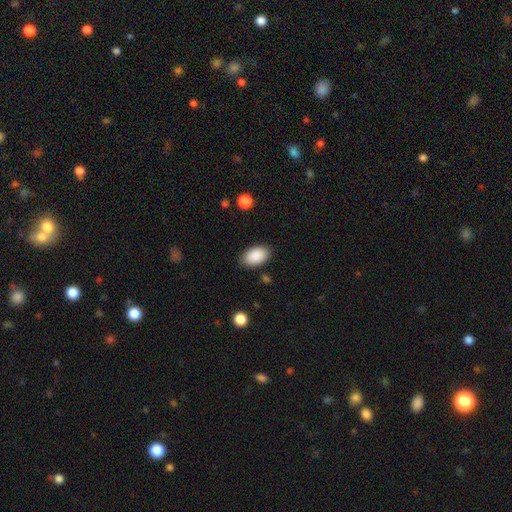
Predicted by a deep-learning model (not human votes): smooth-or-featured: smooth: 90% | star or artifact: 7% | featured or disk: 4%
  how-rounded: in between: 93% | round: 6% | cigar-shaped: 1%
  merging: none: 86% | minor disturbance: 10% | major disturbance: 2% | merger: 1%